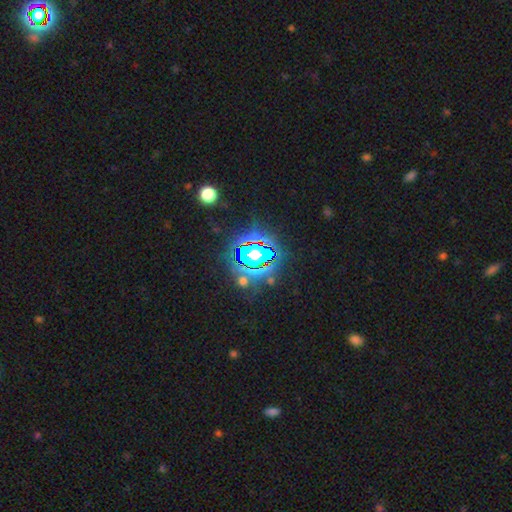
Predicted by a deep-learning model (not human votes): Smooth or featured? Predicted: star or artifact (p=0.70).